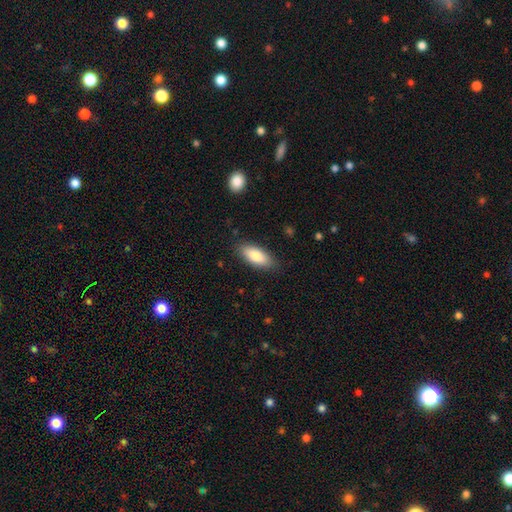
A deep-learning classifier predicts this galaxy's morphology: Overall: smooth (82%). How rounded: in between (81%). Merging: none (85%).